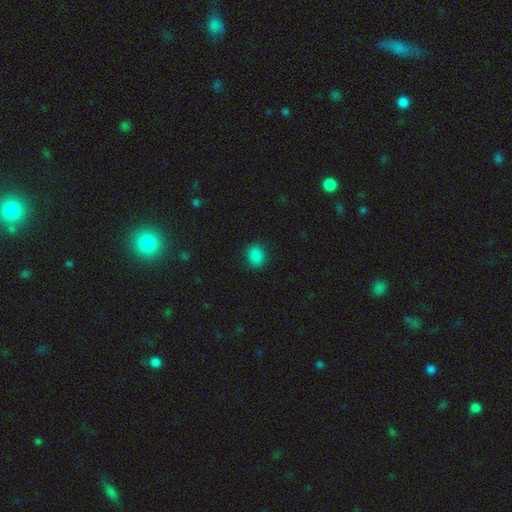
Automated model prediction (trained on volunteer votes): Smooth or featured: smooth — 86% (star or artifact — 12%)
How rounded: round — 52% (in between — 47%)
Merging: none — 89% (minor disturbance — 8%)